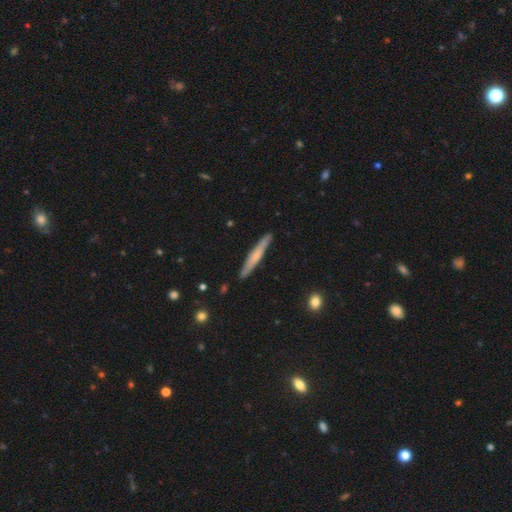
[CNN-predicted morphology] smooth 52%, featured or disk 43%, star or artifact 6%. Down the decision tree: how rounded — cigar-shaped (95%); merging — none (86%).